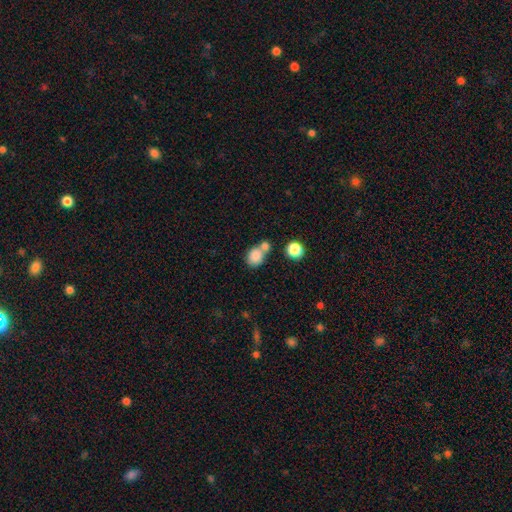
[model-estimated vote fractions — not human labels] smooth_or_featured: smooth (p=0.82) [alt: star or artifact p=0.10]
how_rounded: round (p=0.59) [alt: in between p=0.39]
merging: none (p=0.43) [alt: merger p=0.42]